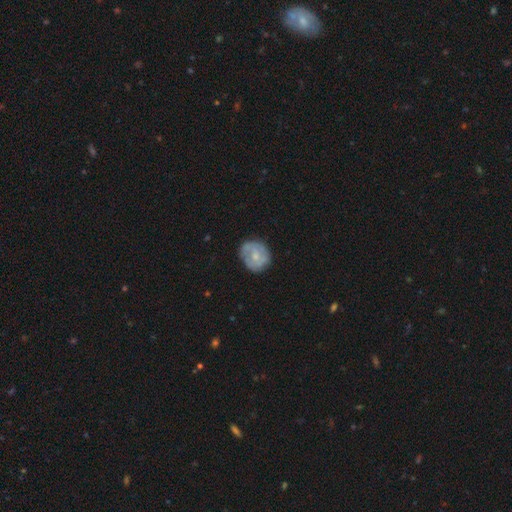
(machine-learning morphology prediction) A smooth galaxy with no disk features (48%). Merging: none (70%).